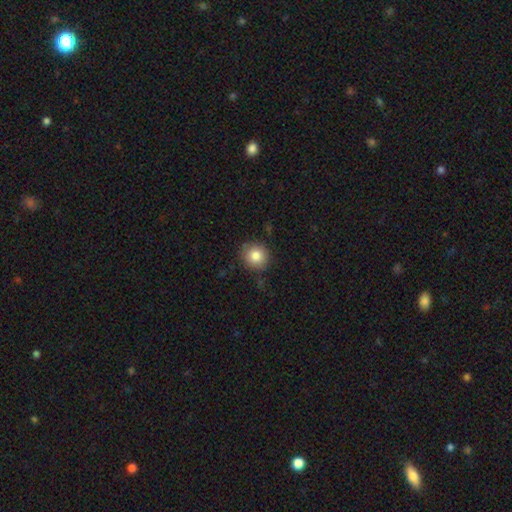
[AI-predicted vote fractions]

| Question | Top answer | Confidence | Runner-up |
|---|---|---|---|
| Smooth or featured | smooth | 83% | star or artifact (10%) |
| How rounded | round | 91% | in between (8%) |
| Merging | none | 85% | minor disturbance (11%) |